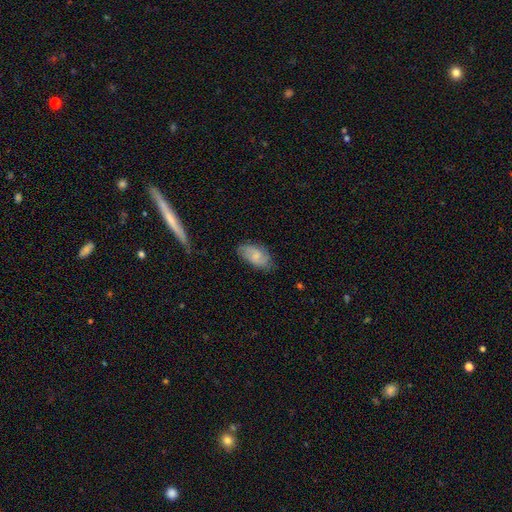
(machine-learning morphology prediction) smooth 53%, featured or disk 40%, star or artifact 7%. Down the decision tree: how rounded — in between (92%); merging — none (71%).